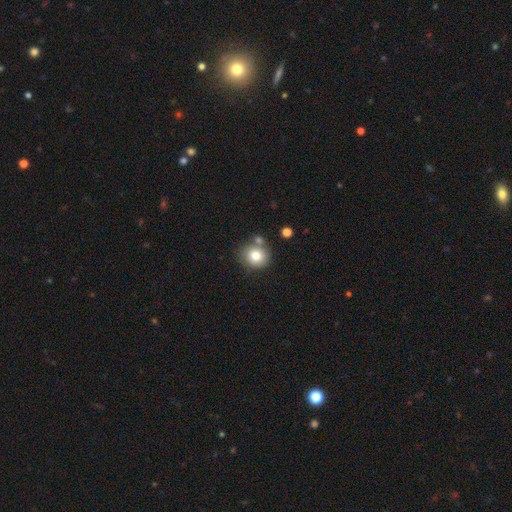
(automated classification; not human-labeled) This is likely a smooth galaxy (79%). How rounded: clearly round (81%). Merging: likely none (64%).